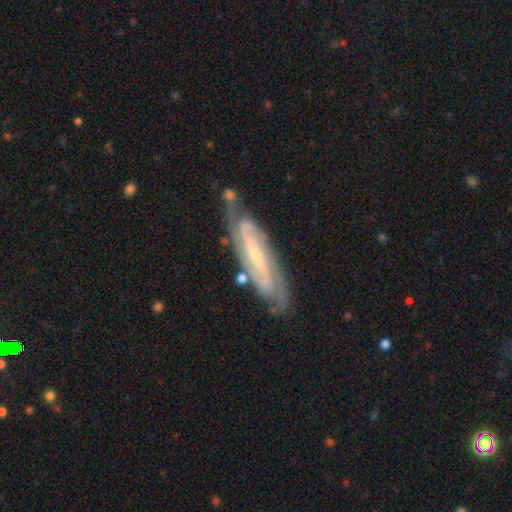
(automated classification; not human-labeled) A featured or disk galaxy (85%) with a weak bar (37%), 2 (57%) tight (58%) spiral arms (96%) and a small central bulge (66%).

Vote fractions:
- Smooth or featured? featured or disk: 85% / smooth: 9% / star or artifact: 6%
- Edge-on disk? no: 80% / yes: 20%
- Bar? weak: 37% / strong: 36% / no: 27%
- Spiral arms? yes: 96% / no: 4%
- Spiral winding? tight: 58% / medium: 34% / loose: 7%
- Spiral arm count? 2: 57% / can't tell: 22% / 3: 11% / 4: 4% / 1: 3% / more than 4: 3%
- Bulge size? small: 66% / moderate: 22% / none: 9% / large: 2% / dominant: 1%
- Merging? none: 73% / minor disturbance: 18% / major disturbance: 6% / merger: 4%